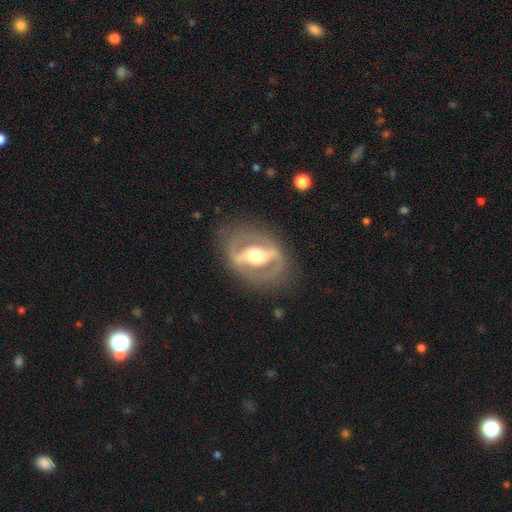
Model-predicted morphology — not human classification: smooth-or-featured: featured or disk: 80% | smooth: 15% | star or artifact: 5%
  disk-edge-on: no: 89% | yes: 11%
    bar: strong: 67% | weak: 18% | no: 15%
    has-spiral-arms: no: 59% | yes: 41%
    bulge-size: moderate: 62% | large: 27% | small: 8% | dominant: 2% | none: 1%
  merging: none: 76% | minor disturbance: 13% | major disturbance: 9% | merger: 1%